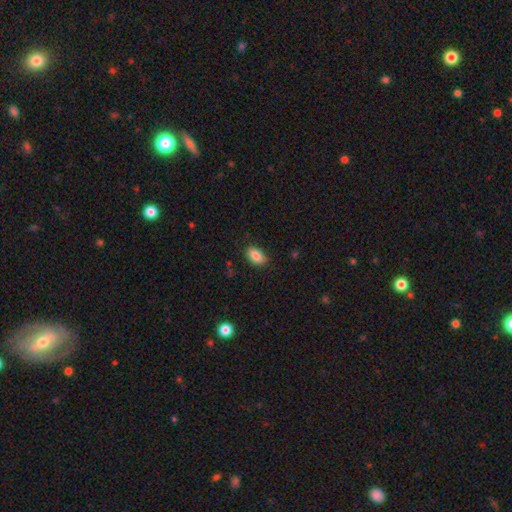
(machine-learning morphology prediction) A smooth galaxy with no disk features (86%) that is in between round and cigar-shaped (90%).

Vote fractions:
- Smooth or featured? smooth: 86% / star or artifact: 8% / featured or disk: 6%
- How rounded? in between: 90% / round: 8% / cigar-shaped: 2%
- Merging? none: 84% / minor disturbance: 13% / major disturbance: 2% / merger: 1%